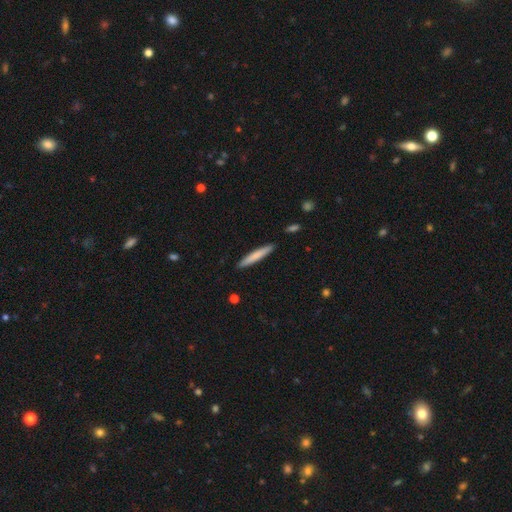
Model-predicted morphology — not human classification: smooth-or-featured: smooth: 76% | featured or disk: 19% | star or artifact: 5%
  how-rounded: cigar-shaped: 95% | in between: 4% | round: 1%
  merging: none: 91% | minor disturbance: 7% | major disturbance: 1% | merger: 1%